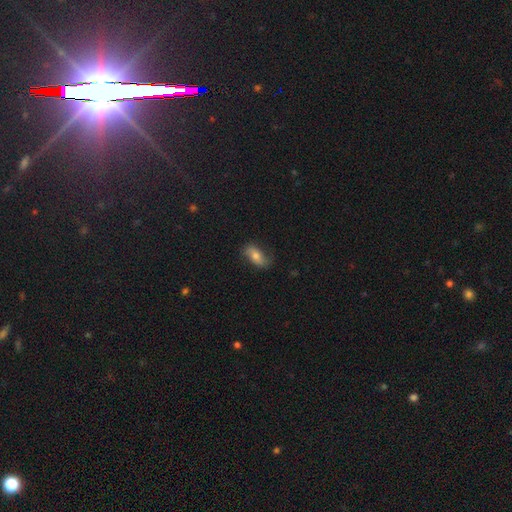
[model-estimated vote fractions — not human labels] Smooth or featured?
  - smooth: 59% *
  - featured or disk: 32%
  - star or artifact: 8%
How rounded?
  - in between: 85% *
  - cigar-shaped: 9%
  - round: 6%
Merging?
  - none: 72% *
  - minor disturbance: 20%
  - major disturbance: 6%
  - merger: 1%